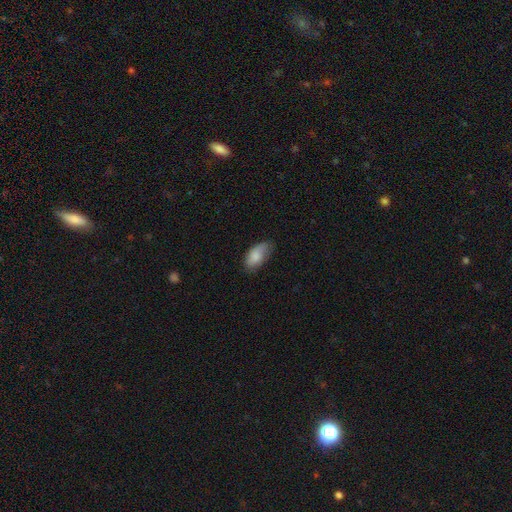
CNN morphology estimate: This is clearly a smooth galaxy (81%). How rounded: clearly in between (93%). Merging: likely none (62%).